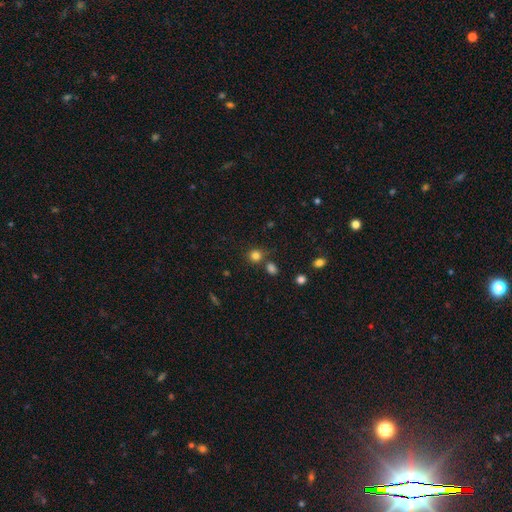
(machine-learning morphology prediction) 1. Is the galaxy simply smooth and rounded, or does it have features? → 81% smooth, 13% star or artifact, 6% featured or disk.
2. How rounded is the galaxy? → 85% round, 14% in between, 1% cigar-shaped.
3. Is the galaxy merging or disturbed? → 71% none, 14% merger, 11% minor disturbance, 4% major disturbance.